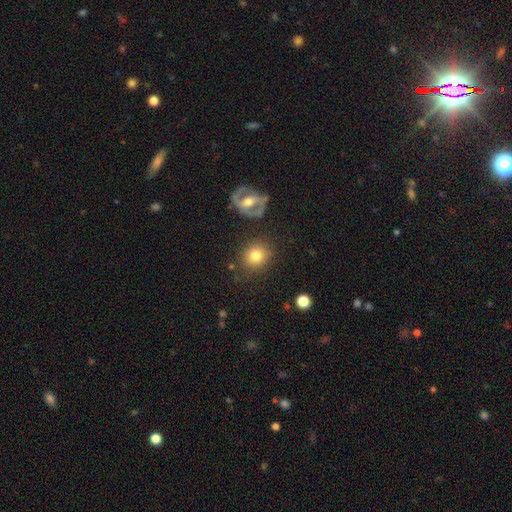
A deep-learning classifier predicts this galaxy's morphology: type=smooth (77%); roundness=round (77%); merging=none (79%).